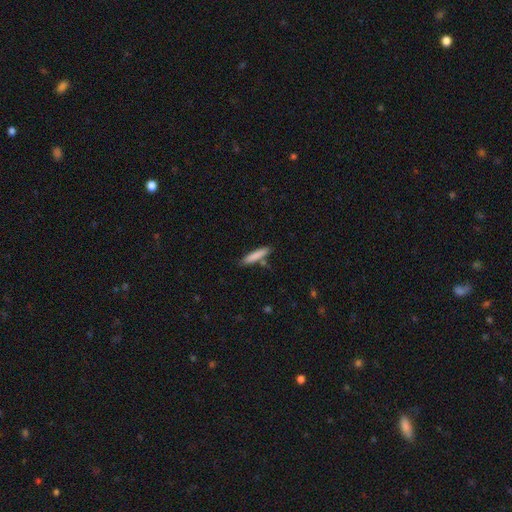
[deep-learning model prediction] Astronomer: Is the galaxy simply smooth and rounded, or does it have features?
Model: smooth — 82%.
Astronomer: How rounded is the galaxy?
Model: cigar-shaped — 87%.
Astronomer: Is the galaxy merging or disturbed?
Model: none — 78%.